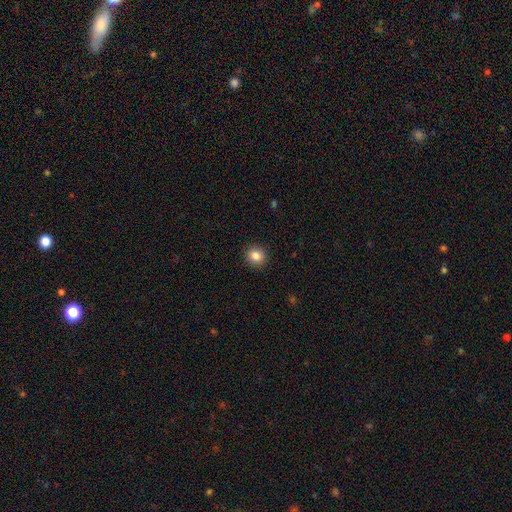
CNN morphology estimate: A smooth galaxy with no disk features (84%) that is round (88%). Merging: none (92%).